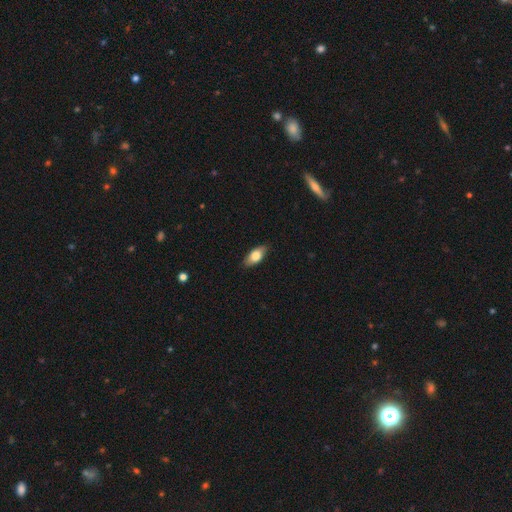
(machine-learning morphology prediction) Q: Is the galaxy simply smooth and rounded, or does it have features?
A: smooth — 76%.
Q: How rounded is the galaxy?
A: in between — 88%.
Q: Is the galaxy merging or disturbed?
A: none — 86%.